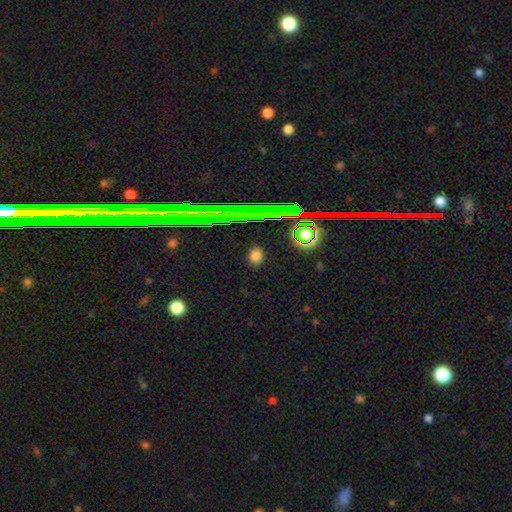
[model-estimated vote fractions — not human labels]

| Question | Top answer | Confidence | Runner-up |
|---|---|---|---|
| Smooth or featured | smooth | 75% | star or artifact (20%) |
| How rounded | round | 52% | in between (45%) |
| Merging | none | 89% | minor disturbance (8%) |